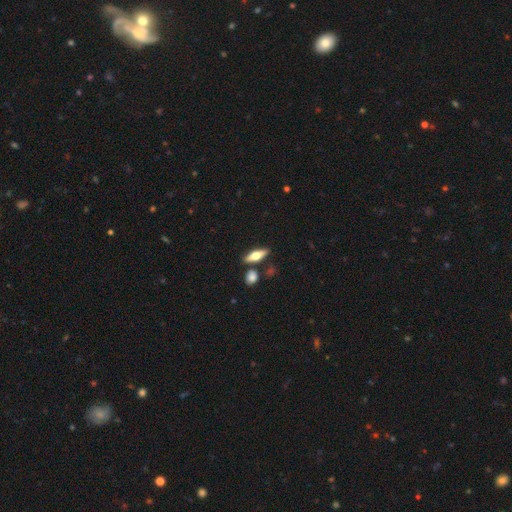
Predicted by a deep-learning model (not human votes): A smooth galaxy with no disk features (51%) that is in between round and cigar-shaped (53%). Merging: none (78%).